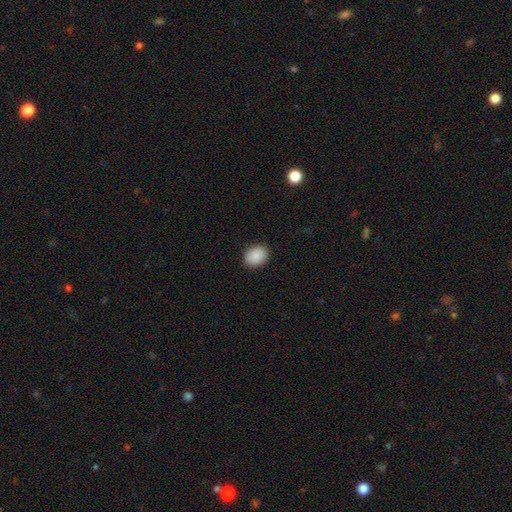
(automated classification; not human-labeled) This is clearly a smooth galaxy (90%). How rounded: possibly in between (58%). Merging: clearly none (89%).